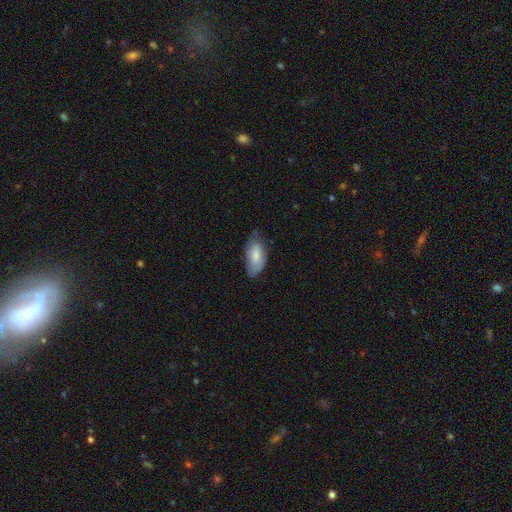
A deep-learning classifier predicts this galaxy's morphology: The model was most divided on "merging": none: 58%, minor disturbance: 34%, major disturbance: 7%, merger: 1%. More confident: how rounded — in between (92%); smooth or featured — smooth (75%).